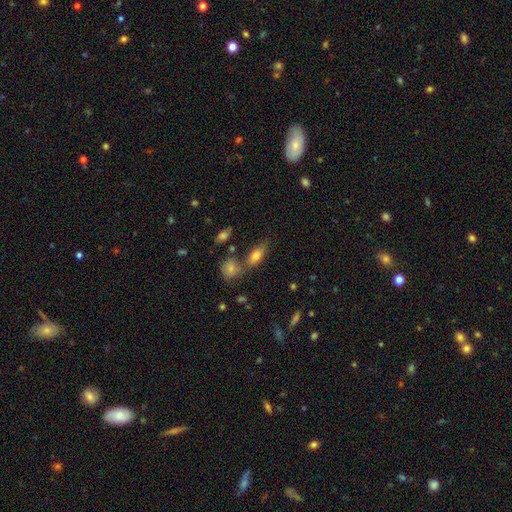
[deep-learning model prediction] Smooth or featured? smooth (77%)
How rounded? in between (80%)
Merging? none (57%)